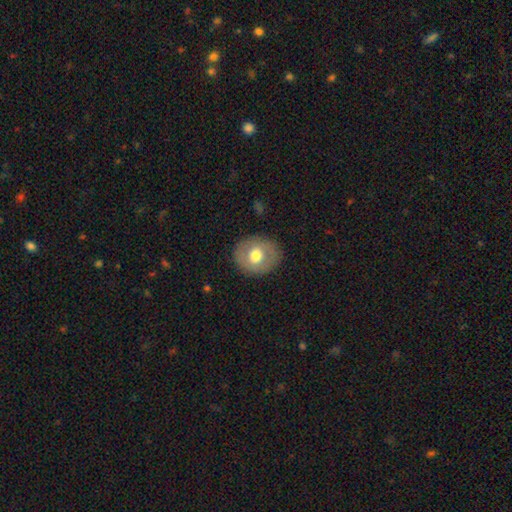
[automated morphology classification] Smooth or featured?
  - smooth: 64% *
  - featured or disk: 29%
  - star or artifact: 7%
How rounded?
  - round: 68% *
  - in between: 31%
  - cigar-shaped: 1%
Merging?
  - none: 86% *
  - minor disturbance: 10%
  - major disturbance: 3%
  - merger: 1%